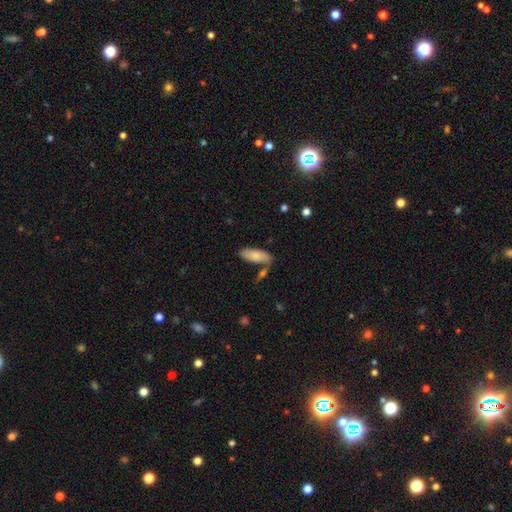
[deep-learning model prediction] Smooth or featured?
  - smooth: 79% *
  - featured or disk: 15%
  - star or artifact: 6%
How rounded?
  - in between: 74% *
  - cigar-shaped: 24%
  - round: 2%
Merging?
  - none: 66% *
  - minor disturbance: 17%
  - merger: 14%
  - major disturbance: 4%